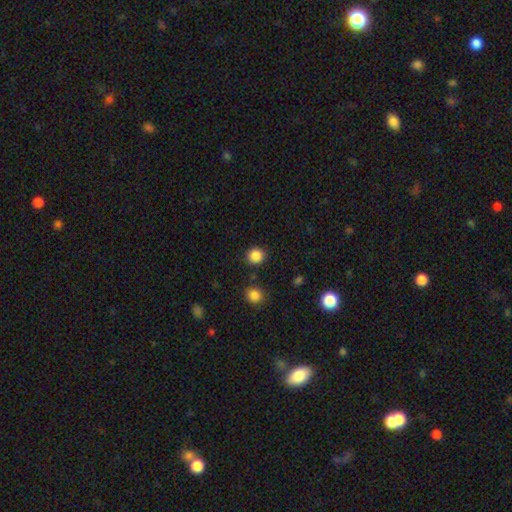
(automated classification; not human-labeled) Smooth or featured? smooth (86%)
How rounded? round (88%)
Merging? none (88%)